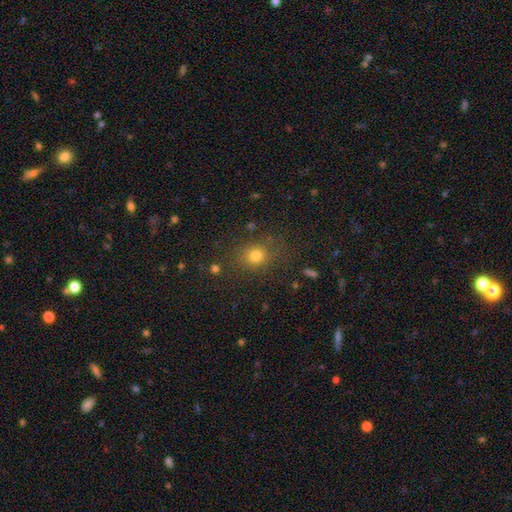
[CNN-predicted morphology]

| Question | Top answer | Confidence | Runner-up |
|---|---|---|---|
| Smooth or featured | smooth | 74% | star or artifact (18%) |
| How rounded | round | 72% | in between (27%) |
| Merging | none | 80% | minor disturbance (12%) |